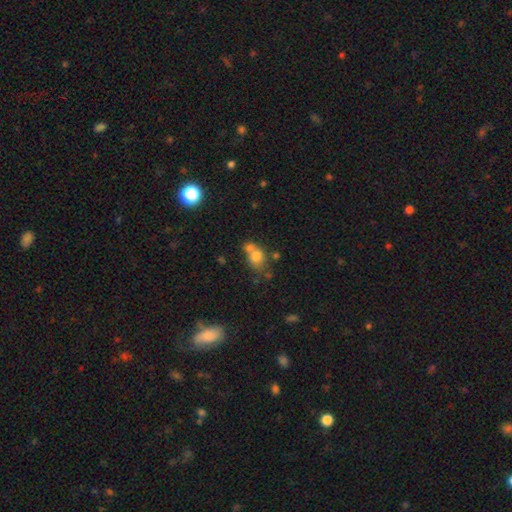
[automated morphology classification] A smooth galaxy with no disk features (74%) that is round (54%). Merging: merger (45%).